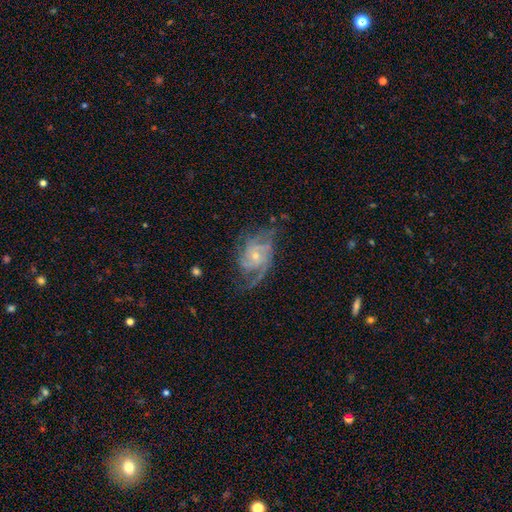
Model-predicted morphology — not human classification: smooth-or-featured: featured or disk: 84% | smooth: 10% | star or artifact: 6%
  disk-edge-on: no: 97% | yes: 3%
    bar: no: 69% | weak: 26% | strong: 5%
    has-spiral-arms: yes: 94% | no: 6%
      spiral-winding: medium: 44% | tight: 36% | loose: 20%
      spiral-arm-count: 2: 36% | can't tell: 23% | 3: 21% | 1: 8% | 4: 7% | more than 4: 5%
    bulge-size: small: 67% | moderate: 29% | none: 2% | large: 2% | dominant: 1%
  merging: none: 59% | minor disturbance: 22% | major disturbance: 17% | merger: 2%